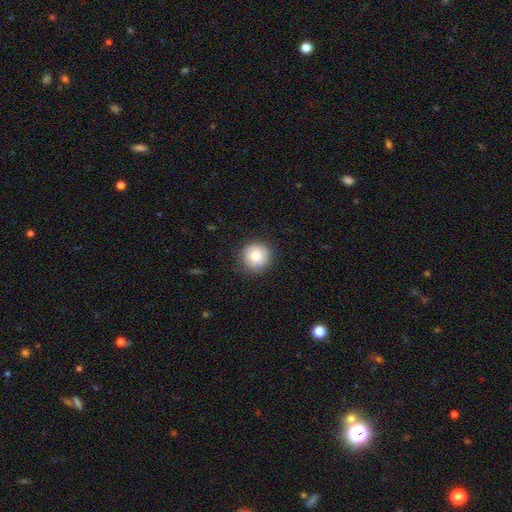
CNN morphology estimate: This is clearly a smooth galaxy (80%). How rounded: clearly round (94%). Merging: clearly none (86%).